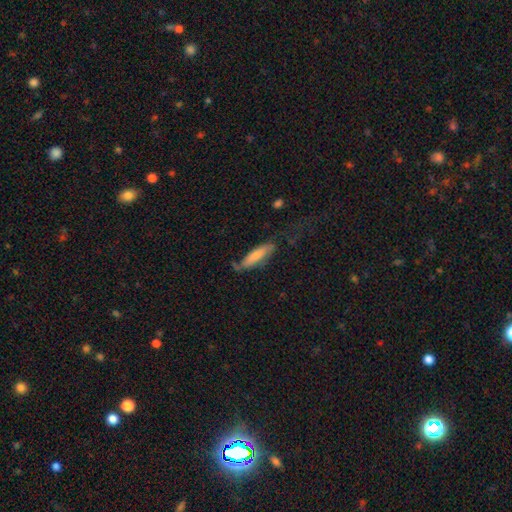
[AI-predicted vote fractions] Morphology: type=smooth (71%); roundness=cigar-shaped (71%); merging=none (55%).